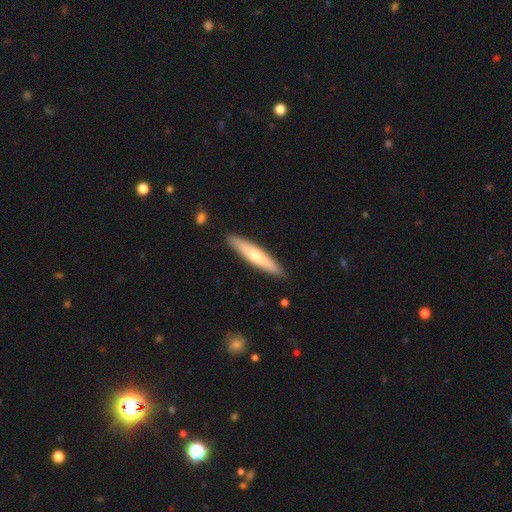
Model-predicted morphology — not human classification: smooth-or-featured: smooth: 57% | featured or disk: 38% | star or artifact: 5%
  how-rounded: cigar-shaped: 89% | in between: 10% | round: 1%
  merging: none: 89% | minor disturbance: 8% | major disturbance: 1% | merger: 1%